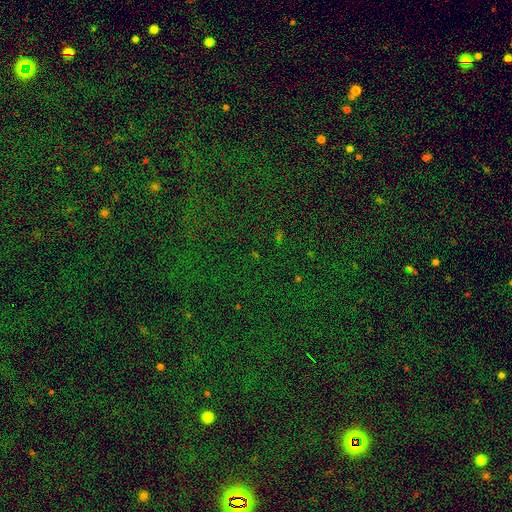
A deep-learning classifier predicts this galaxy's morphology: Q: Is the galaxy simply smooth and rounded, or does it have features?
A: star or artifact — 74%.